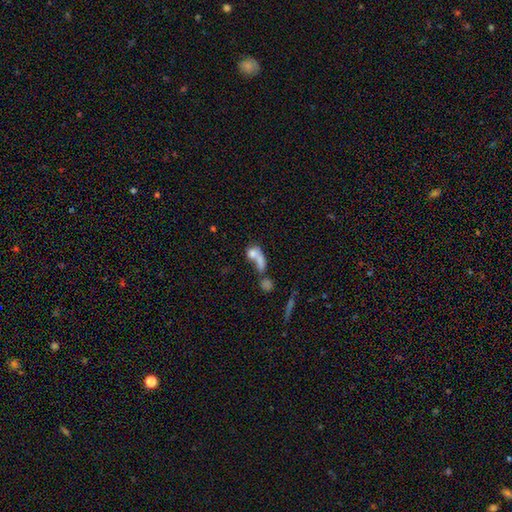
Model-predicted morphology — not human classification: Smooth or featured?
  - smooth: 67% *
  - featured or disk: 22%
  - star or artifact: 11%
How rounded?
  - in between: 51% *
  - round: 41%
  - cigar-shaped: 8%
Merging?
  - merger: 63% *
  - none: 19%
  - major disturbance: 11%
  - minor disturbance: 8%